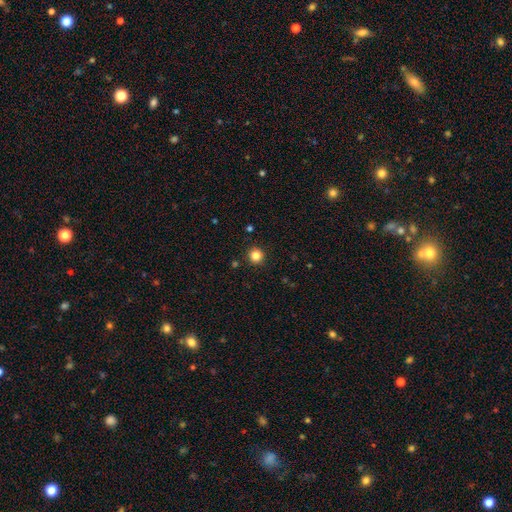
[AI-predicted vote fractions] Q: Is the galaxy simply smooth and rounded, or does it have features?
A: smooth — 84%.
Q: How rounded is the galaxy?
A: round — 95%.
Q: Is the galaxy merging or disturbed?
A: none — 92%.